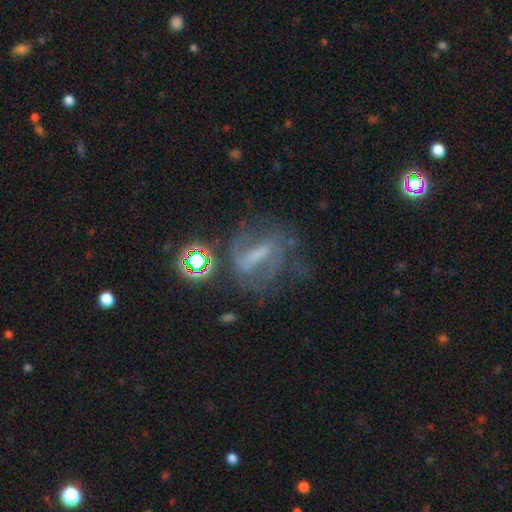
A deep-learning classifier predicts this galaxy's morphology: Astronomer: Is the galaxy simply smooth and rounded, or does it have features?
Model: featured or disk — 62%.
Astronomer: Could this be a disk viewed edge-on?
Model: no — 87%.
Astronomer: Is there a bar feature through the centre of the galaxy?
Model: strong — 54% (runner-up: weak, 31%).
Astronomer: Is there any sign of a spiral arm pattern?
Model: yes — 66%.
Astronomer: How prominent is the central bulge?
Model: none — 44% (runner-up: small, 27%).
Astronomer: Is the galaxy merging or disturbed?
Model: none — 52%.